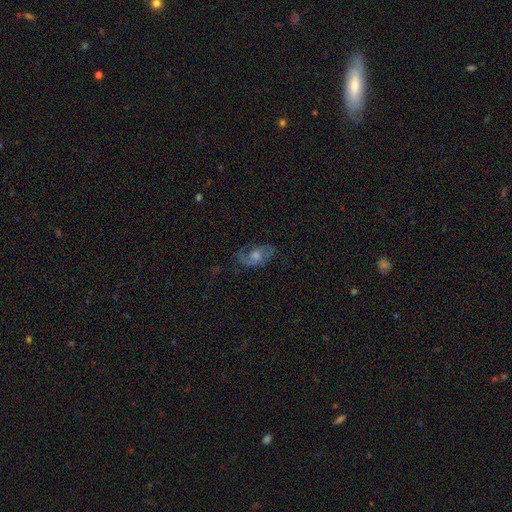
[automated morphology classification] Smooth or featured? Predicted: featured or disk (p=0.69). Edge-on disk? Predicted: no (p=0.94). Bar? Predicted: no (p=0.68). Spiral arms? Predicted: yes (p=0.87). Spiral winding? Predicted: medium (p=0.48). Spiral arm count? Predicted: 2 (p=0.77). Bulge size? Predicted: moderate (p=0.58). Merging? Predicted: none (p=0.72).